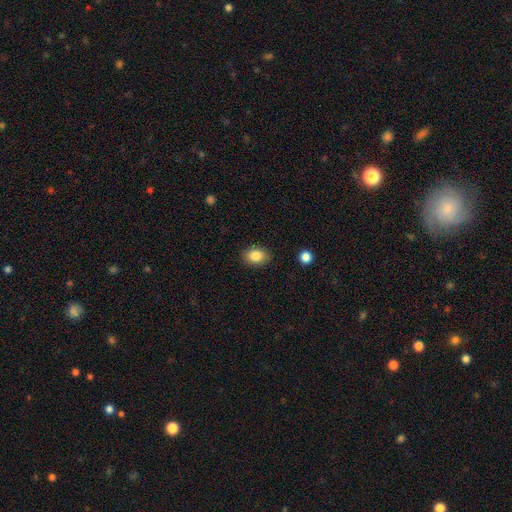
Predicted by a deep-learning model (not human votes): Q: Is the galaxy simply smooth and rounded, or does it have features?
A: smooth — 85%.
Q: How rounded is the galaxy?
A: in between — 69%.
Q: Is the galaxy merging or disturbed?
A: none — 88%.